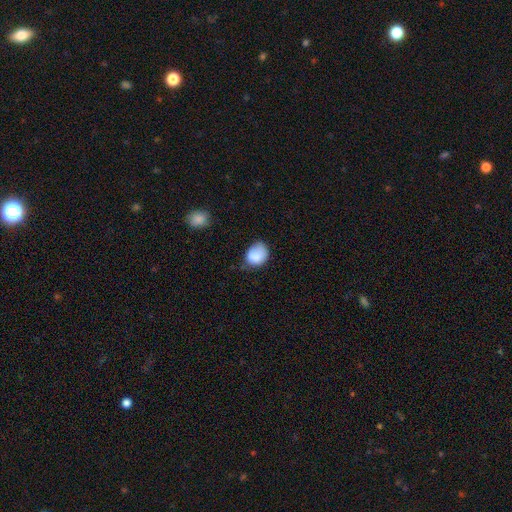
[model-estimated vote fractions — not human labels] The model was most divided on "how rounded": round: 52%, in between: 47%, cigar-shaped: 1%. Remaining: smooth or featured — smooth (85%); merging — none (47%).